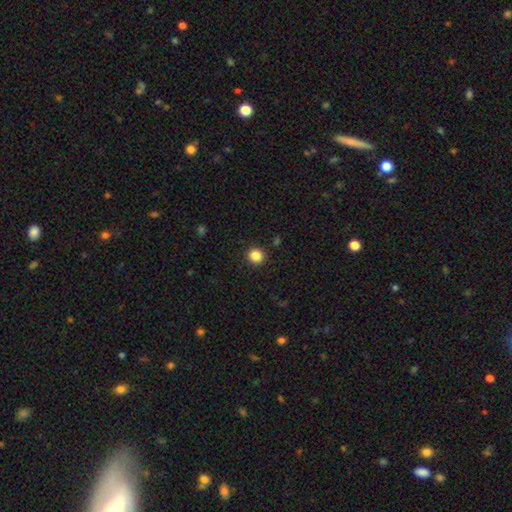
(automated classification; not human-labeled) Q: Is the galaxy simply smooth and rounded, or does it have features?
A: smooth — 85%.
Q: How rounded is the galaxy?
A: round — 91%.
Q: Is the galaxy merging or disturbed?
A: none — 91%.